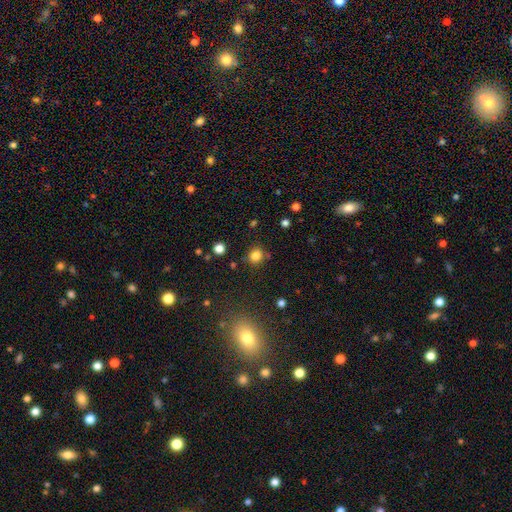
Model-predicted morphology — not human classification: Smooth or featured?
  - smooth: 81% *
  - star or artifact: 14%
  - featured or disk: 5%
How rounded?
  - round: 84% *
  - in between: 15%
  - cigar-shaped: 1%
Merging?
  - none: 82% *
  - minor disturbance: 10%
  - merger: 4%
  - major disturbance: 3%